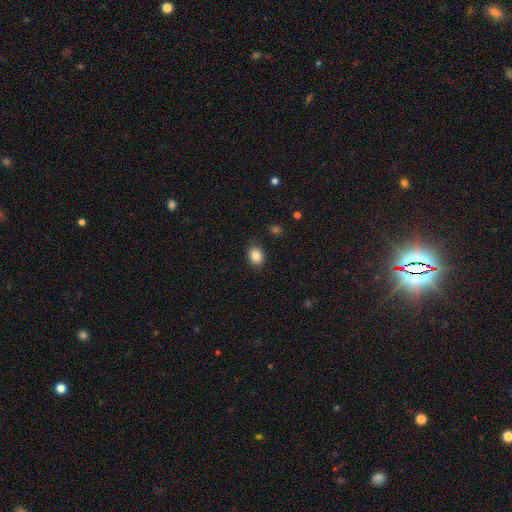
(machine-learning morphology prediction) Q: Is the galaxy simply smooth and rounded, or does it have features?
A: smooth — 86%.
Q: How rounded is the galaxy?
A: in between — 59%.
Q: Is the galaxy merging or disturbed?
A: none — 83%.